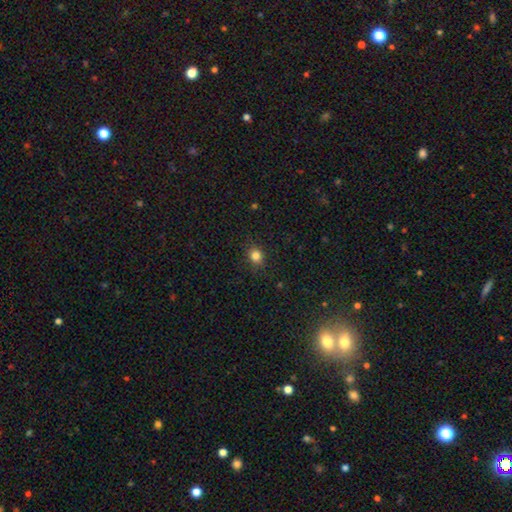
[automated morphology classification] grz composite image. It shows a smooth galaxy with no disk features (82%) that is round (73%). Merging: none (87%).